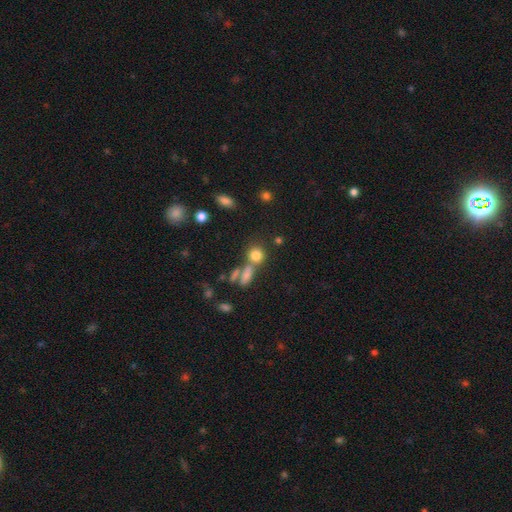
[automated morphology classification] type=smooth (78%); roundness=round (77%); merging=none (57%).